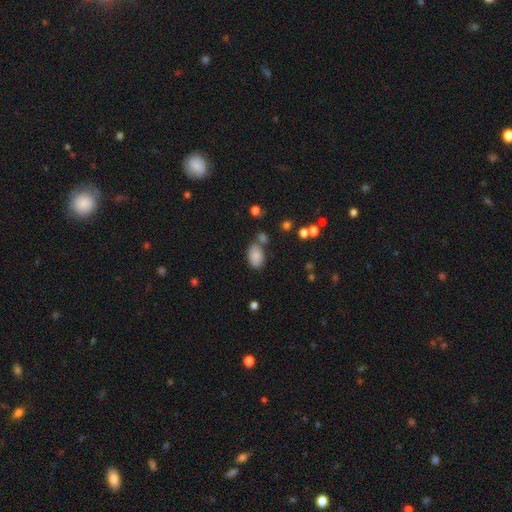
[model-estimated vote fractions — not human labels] smooth 83%, star or artifact 9%, featured or disk 8%. Down the decision tree: how rounded — in between (88%); merging — none (65%).